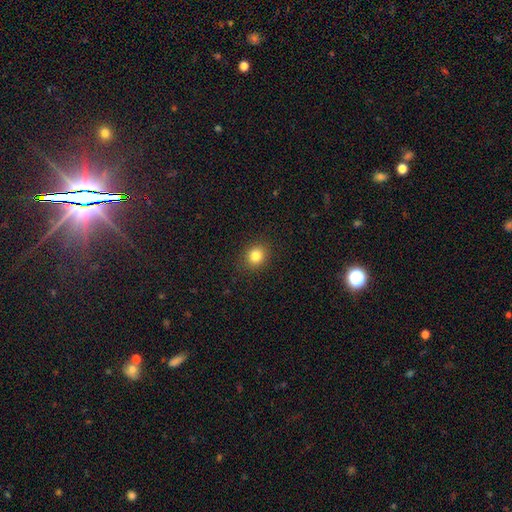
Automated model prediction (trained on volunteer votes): This appears to be a smooth galaxy with no disk features (83%) that is round (73%). Merging: none (90%).